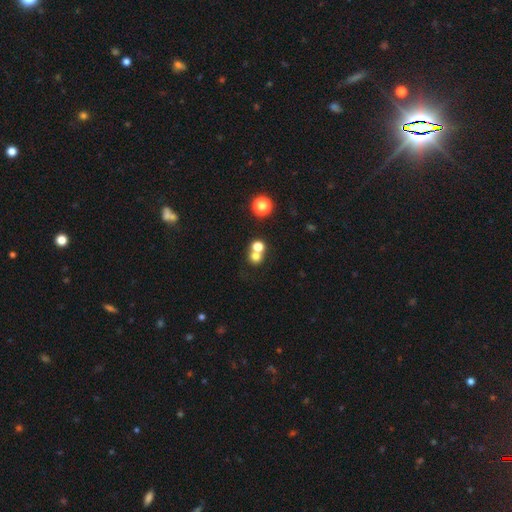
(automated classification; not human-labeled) This is likely a smooth galaxy (72%). How rounded: clearly round (82%). Merging: possibly merger (50%).